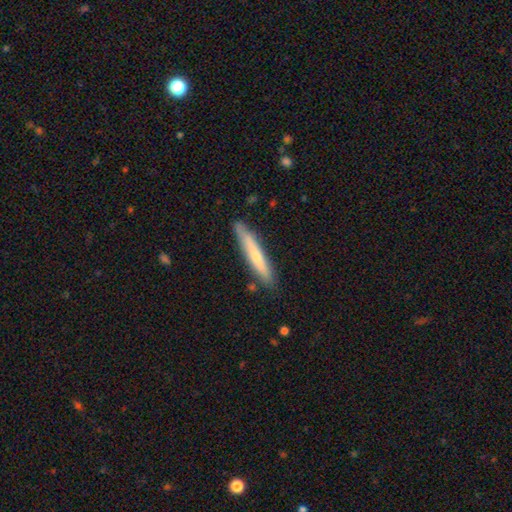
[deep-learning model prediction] This is possibly a smooth galaxy (57%). How rounded: clearly cigar-shaped (94%). Merging: clearly none (85%).